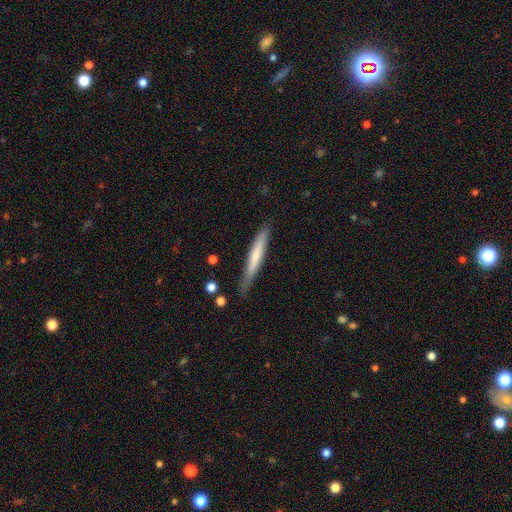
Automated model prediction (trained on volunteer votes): Smooth or featured?
  - smooth: 61% *
  - featured or disk: 33%
  - star or artifact: 6%
How rounded?
  - cigar-shaped: 95% *
  - in between: 4%
  - round: 1%
Merging?
  - none: 80% *
  - minor disturbance: 16%
  - major disturbance: 3%
  - merger: 2%